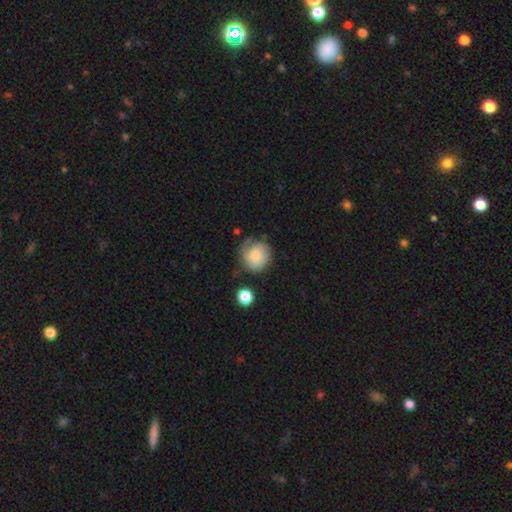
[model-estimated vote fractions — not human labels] The model was most divided on "smooth or featured": smooth: 49%, featured or disk: 43%, star or artifact: 8%. More confident: merging — none (58%).